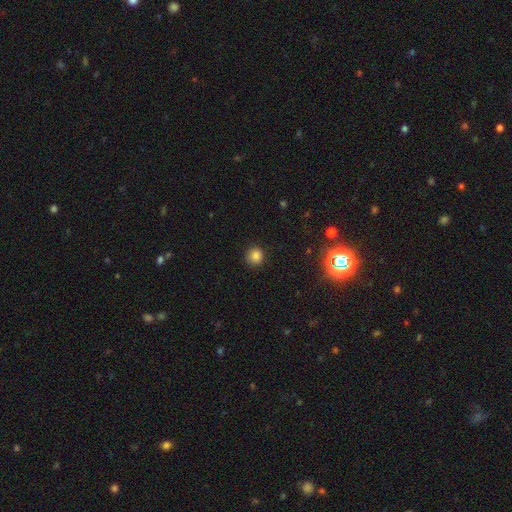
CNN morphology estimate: Smooth or featured?
  - smooth: 82% *
  - star or artifact: 13%
  - featured or disk: 4%
How rounded?
  - round: 90% *
  - in between: 9%
  - cigar-shaped: 1%
Merging?
  - none: 86% *
  - minor disturbance: 10%
  - major disturbance: 3%
  - merger: 1%